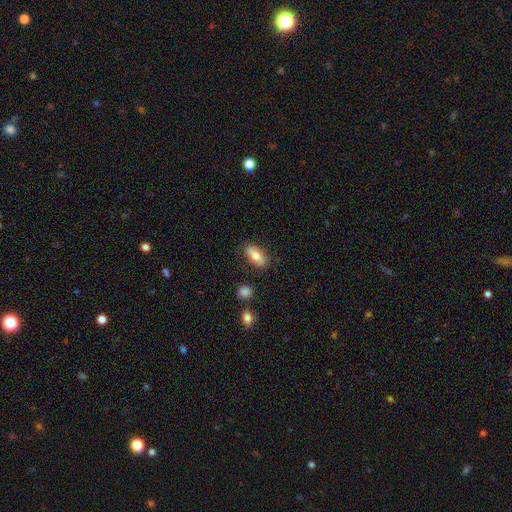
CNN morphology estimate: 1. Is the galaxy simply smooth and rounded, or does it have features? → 74% smooth, 19% featured or disk, 7% star or artifact.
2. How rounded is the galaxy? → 89% in between, 7% cigar-shaped, 4% round.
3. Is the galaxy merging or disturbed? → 79% none, 15% minor disturbance, 4% major disturbance, 2% merger.